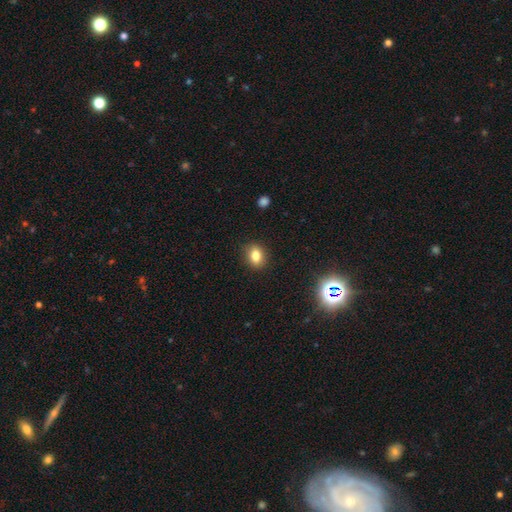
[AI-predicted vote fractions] Morphology: type=smooth (81%); roundness=in between (59%); merging=none (88%).